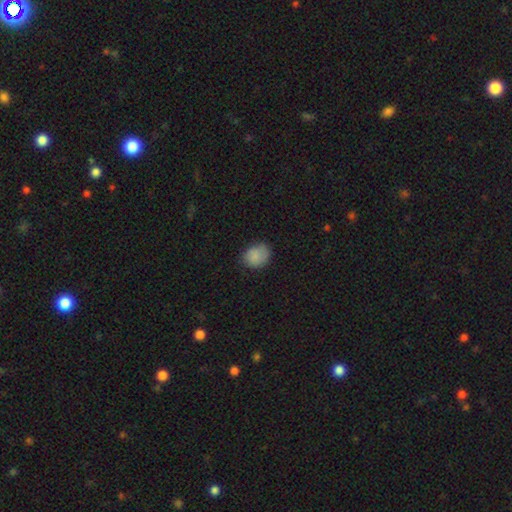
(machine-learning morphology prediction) smooth_or_featured: smooth (p=0.84) [alt: star or artifact p=0.09]
how_rounded: in between (p=0.53) [alt: round p=0.46]
merging: none (p=0.71) [alt: minor disturbance p=0.23]